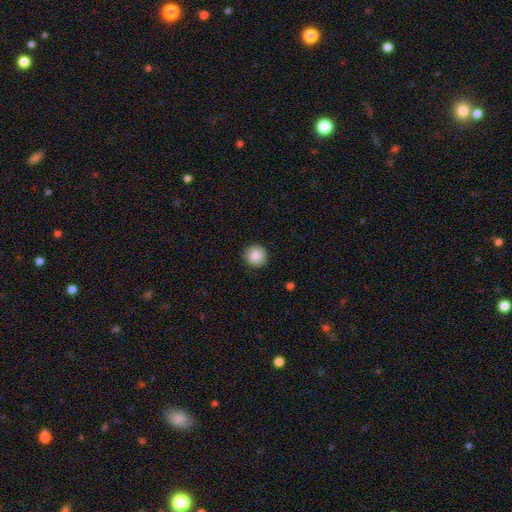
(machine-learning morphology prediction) Overall: smooth (86%). How rounded: round (95%). Merging: none (91%).